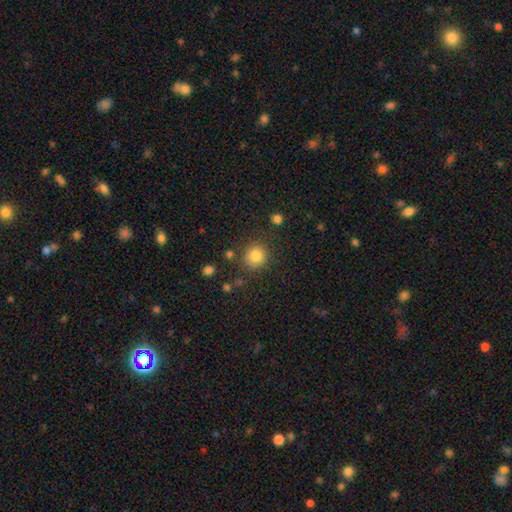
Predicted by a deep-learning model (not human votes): smooth-or-featured: smooth: 83% | star or artifact: 11% | featured or disk: 6%
  how-rounded: round: 89% | in between: 10% | cigar-shaped: 1%
  merging: none: 82% | minor disturbance: 11% | major disturbance: 4% | merger: 4%